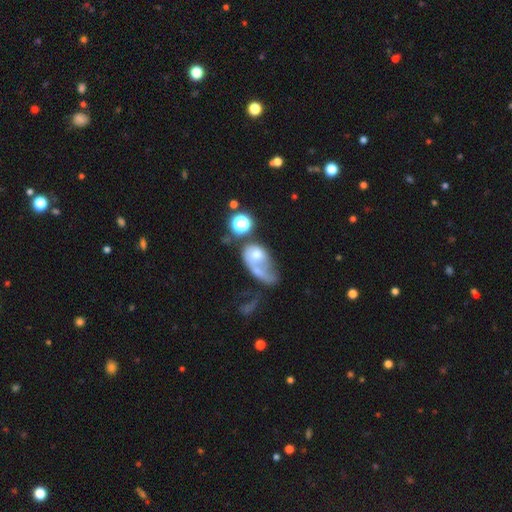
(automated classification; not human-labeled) Smooth or featured? smooth (44%)
Merging? major disturbance (37%, tied with merger)